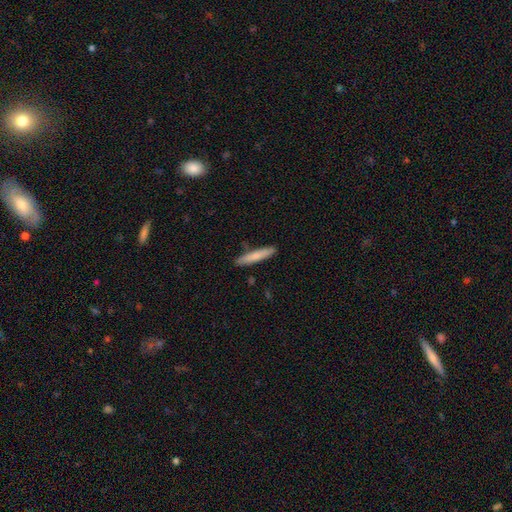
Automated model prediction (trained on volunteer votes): A smooth galaxy with no disk features (76%) that is cigar-shaped (91%). Merging: none (86%).